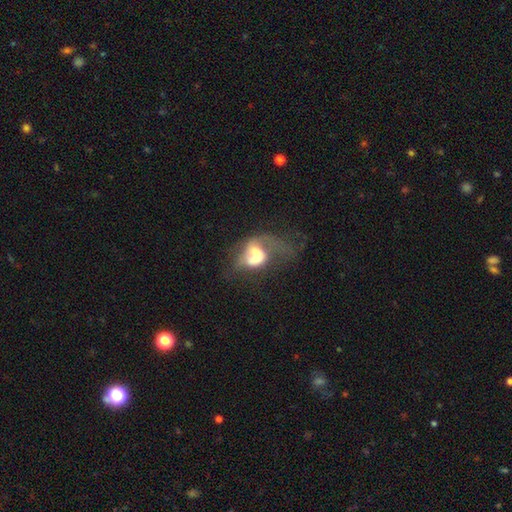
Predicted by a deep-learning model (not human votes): Q: Smooth or featured?
A: featured or disk (48%); runner-up: smooth (43%)
Q: Merging?
A: merger (66%); runner-up: major disturbance (18%)